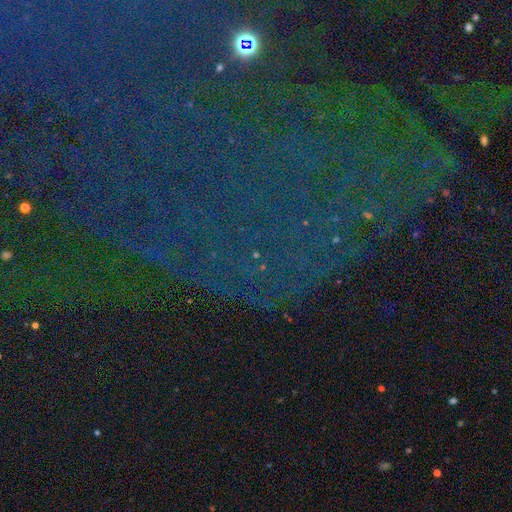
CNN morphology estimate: A star or artifact, not a galaxy (86%).

Vote fractions:
- Smooth or featured? star or artifact: 86% / smooth: 8% / featured or disk: 7%